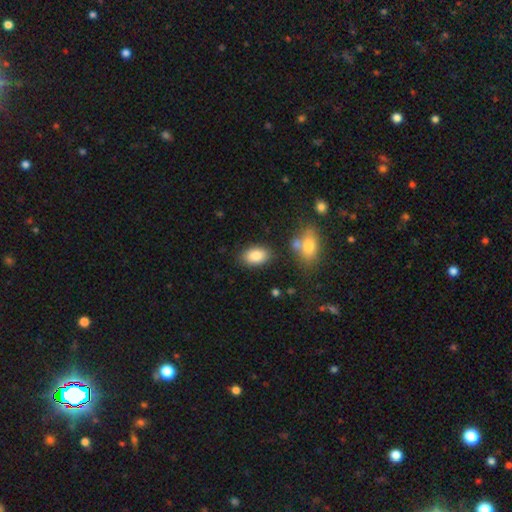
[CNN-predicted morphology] smooth_or_featured: smooth (p=0.85) [alt: featured or disk p=0.07]
how_rounded: in between (p=0.90) [alt: round p=0.09]
merging: none (p=0.82) [alt: minor disturbance p=0.11]